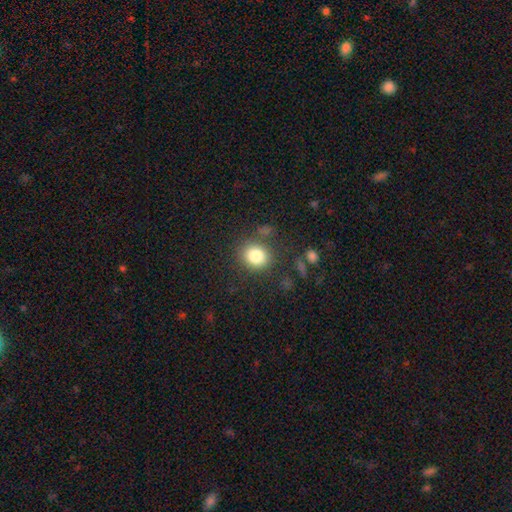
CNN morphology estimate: This is clearly a smooth galaxy (82%). How rounded: likely round (76%). Merging: clearly none (81%).